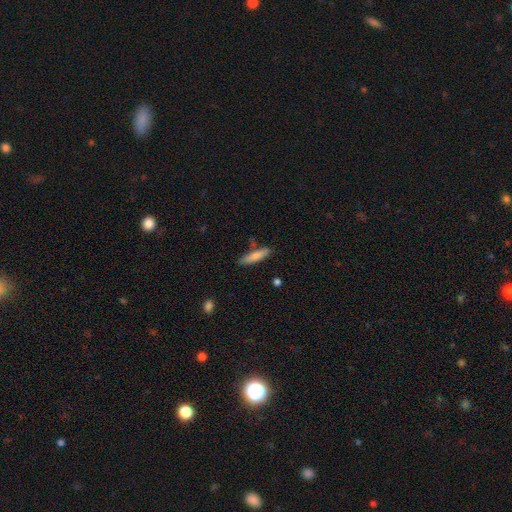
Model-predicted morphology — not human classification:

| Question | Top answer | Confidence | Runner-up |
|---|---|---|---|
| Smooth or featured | smooth | 79% | featured or disk (14%) |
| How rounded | cigar-shaped | 76% | in between (23%) |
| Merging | none | 77% | minor disturbance (15%) |